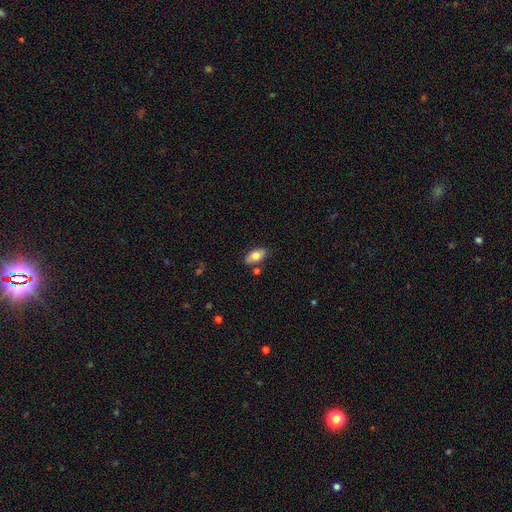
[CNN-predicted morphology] The model was most divided on "smooth or featured": smooth: 76%, featured or disk: 17%, star or artifact: 7%. More confident: how rounded — in between (91%); merging — none (80%).